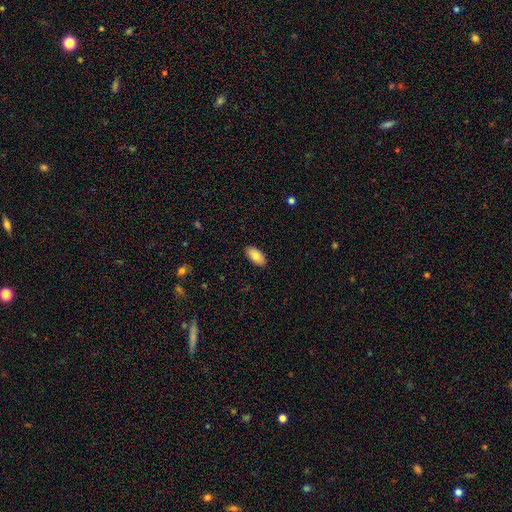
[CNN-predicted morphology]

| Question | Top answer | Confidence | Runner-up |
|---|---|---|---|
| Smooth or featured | smooth | 80% | featured or disk (14%) |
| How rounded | in between | 94% | cigar-shaped (4%) |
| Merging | none | 89% | minor disturbance (8%) |